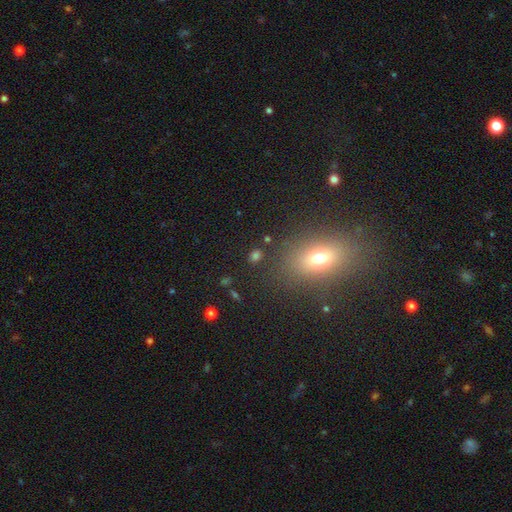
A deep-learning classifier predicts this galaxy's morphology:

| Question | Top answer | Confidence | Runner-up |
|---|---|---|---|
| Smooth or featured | smooth | 67% | star or artifact (24%) |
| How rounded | in between | 53% | round (43%) |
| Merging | none | 81% | minor disturbance (10%) |